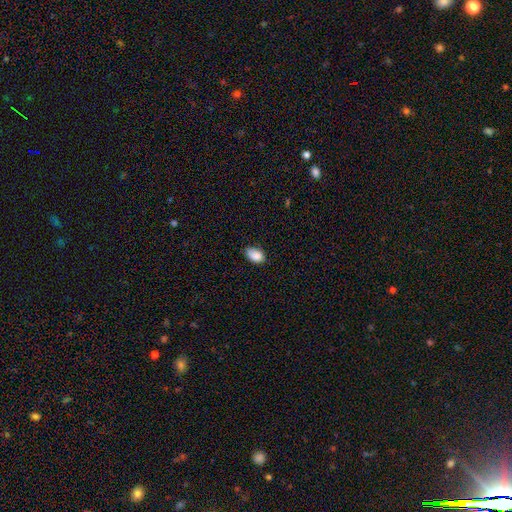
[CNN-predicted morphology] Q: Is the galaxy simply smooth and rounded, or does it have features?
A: smooth — 87%.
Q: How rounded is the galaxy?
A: in between — 90%.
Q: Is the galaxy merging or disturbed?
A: none — 68%.